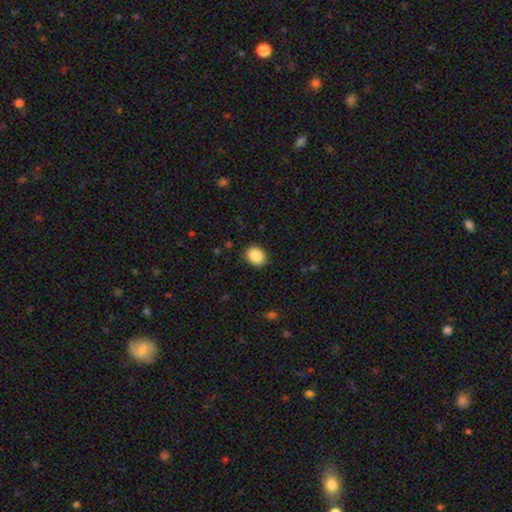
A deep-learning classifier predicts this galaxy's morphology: Smooth or featured? smooth (89%)
How rounded? in between (57%)
Merging? none (86%)